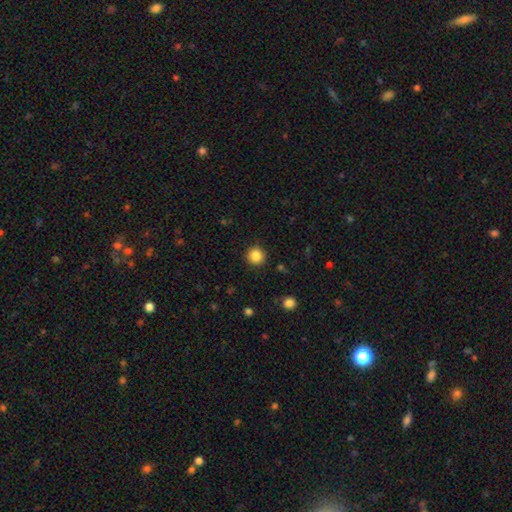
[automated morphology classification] smooth-or-featured: smooth: 85% | star or artifact: 11% | featured or disk: 4%
  how-rounded: round: 94% | in between: 5% | cigar-shaped: 1%
  merging: none: 91% | minor disturbance: 6% | major disturbance: 2% | merger: 1%